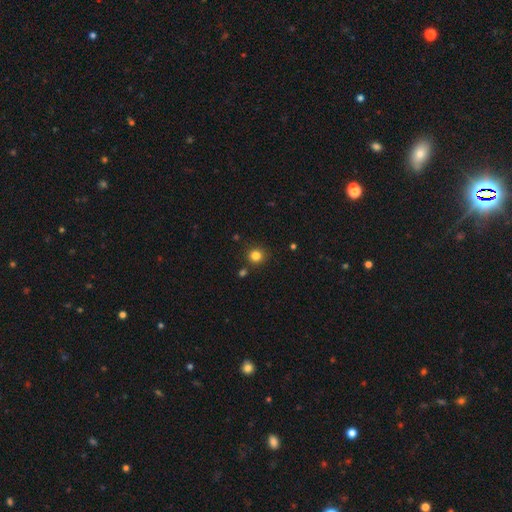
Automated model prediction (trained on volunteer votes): Smooth or featured? smooth (82%)
How rounded? round (91%)
Merging? none (86%)